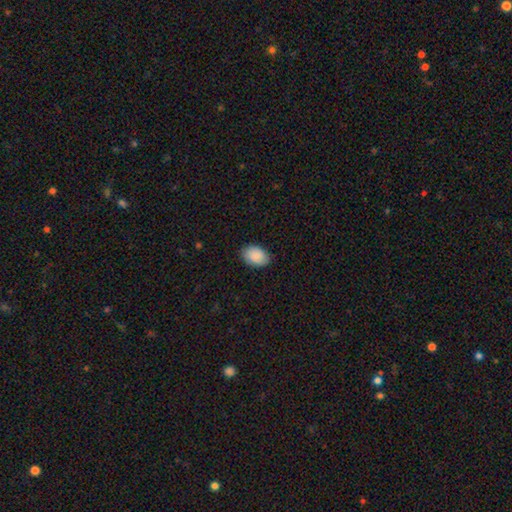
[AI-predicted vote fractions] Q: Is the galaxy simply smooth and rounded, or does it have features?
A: smooth — 89%.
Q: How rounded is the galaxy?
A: in between — 87%.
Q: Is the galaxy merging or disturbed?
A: none — 85%.